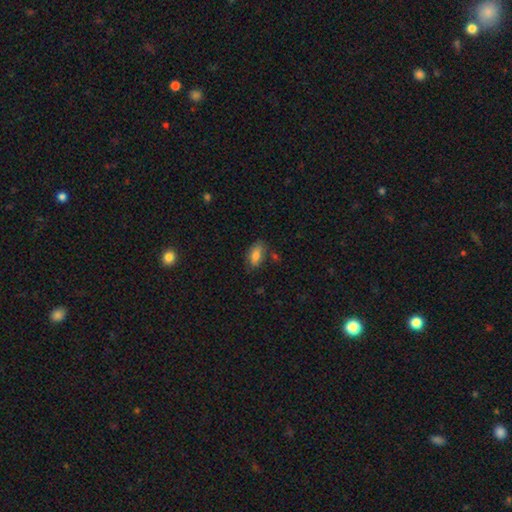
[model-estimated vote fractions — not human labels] The model was most divided on "merging": none: 73%, minor disturbance: 18%, merger: 5%, major disturbance: 4%. More confident: how rounded — in between (87%); smooth or featured — smooth (81%).